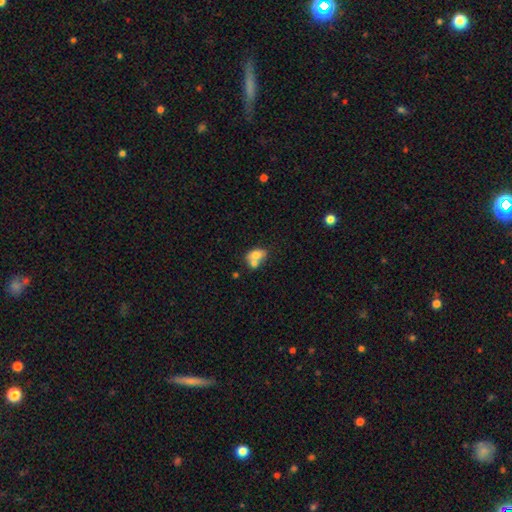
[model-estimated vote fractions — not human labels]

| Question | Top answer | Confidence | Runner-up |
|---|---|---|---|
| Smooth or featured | smooth | 70% | featured or disk (22%) |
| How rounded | in between | 73% | round (25%) |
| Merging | merger | 56% | none (28%) |